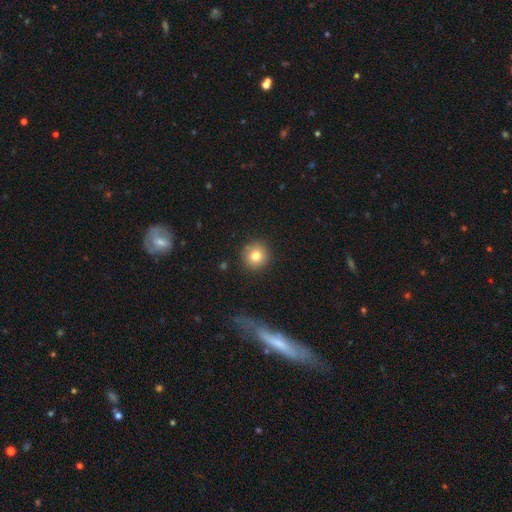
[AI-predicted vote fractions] smooth 79%, star or artifact 11%, featured or disk 10%. Down the decision tree: how rounded — round (94%); merging — none (89%).